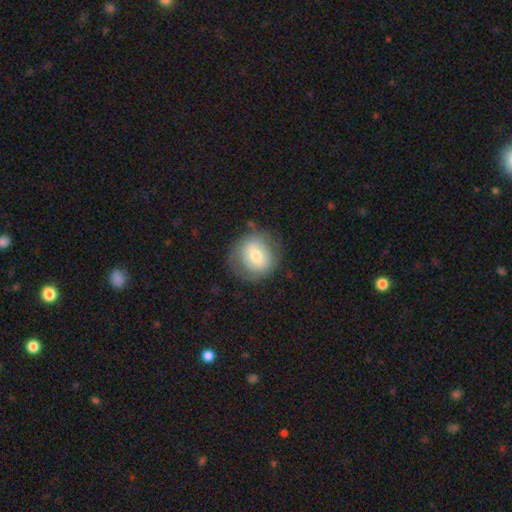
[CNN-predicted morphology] Smooth or featured?
  - smooth: 62% *
  - featured or disk: 30%
  - star or artifact: 8%
How rounded?
  - round: 85% *
  - in between: 15%
  - cigar-shaped: 1%
Merging?
  - none: 74% *
  - minor disturbance: 17%
  - major disturbance: 8%
  - merger: 2%